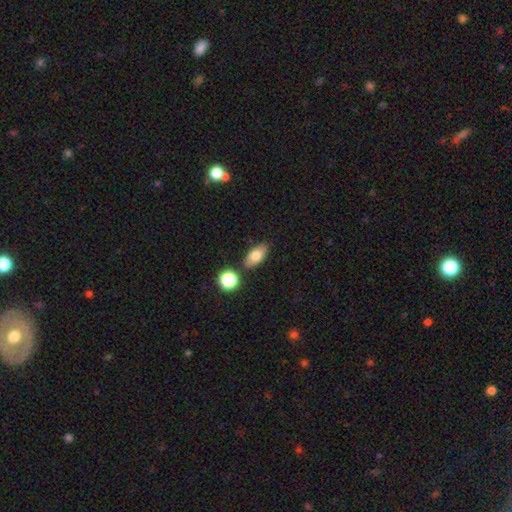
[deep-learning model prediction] smooth-or-featured: smooth: 77% | featured or disk: 14% | star or artifact: 9%
  how-rounded: in between: 87% | round: 7% | cigar-shaped: 5%
  merging: none: 80% | minor disturbance: 12% | merger: 6% | major disturbance: 3%